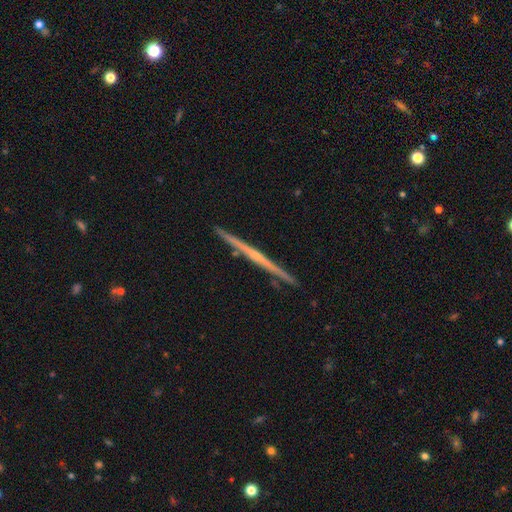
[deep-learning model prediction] Overall: featured or disk (76%). Edge-on disk: yes (98%). Edge-on bulge: none (58%; rounded 37%). Merging: none (92%).